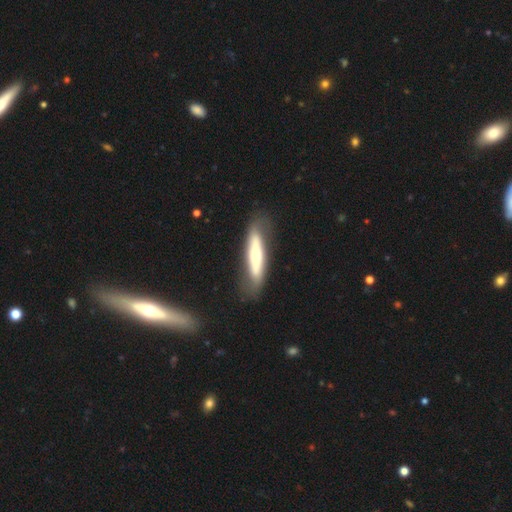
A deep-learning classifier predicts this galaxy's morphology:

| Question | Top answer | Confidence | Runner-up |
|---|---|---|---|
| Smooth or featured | featured or disk | 47% | tied: smooth (47%) |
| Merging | none | 71% | minor disturbance (18%) |